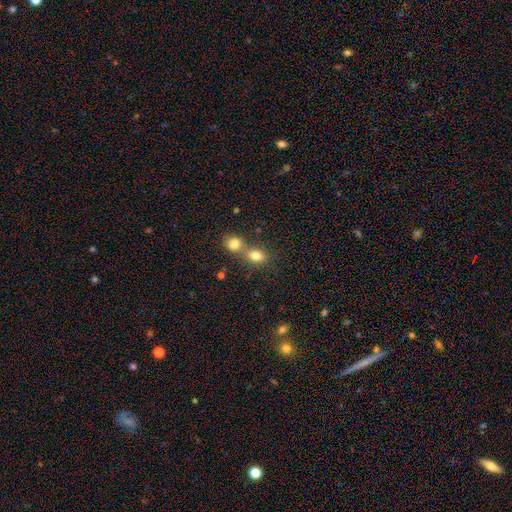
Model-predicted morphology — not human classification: Smooth or featured? Predicted: smooth (p=0.80). How rounded? Predicted: in between (p=0.51). Merging? Predicted: merger (p=0.51).